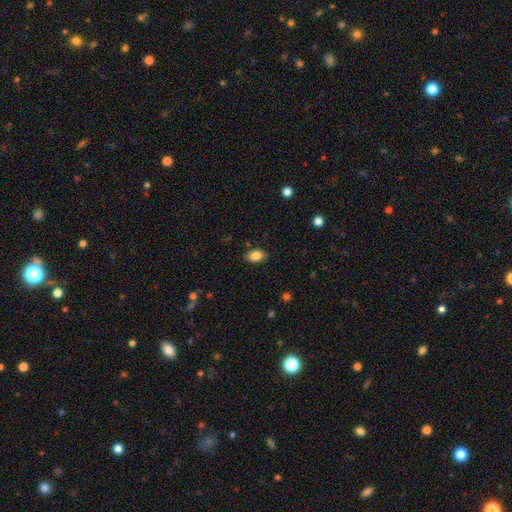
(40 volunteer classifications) Morphology: type=smooth (92%); roundness=in between (84%); merging=none (87%).